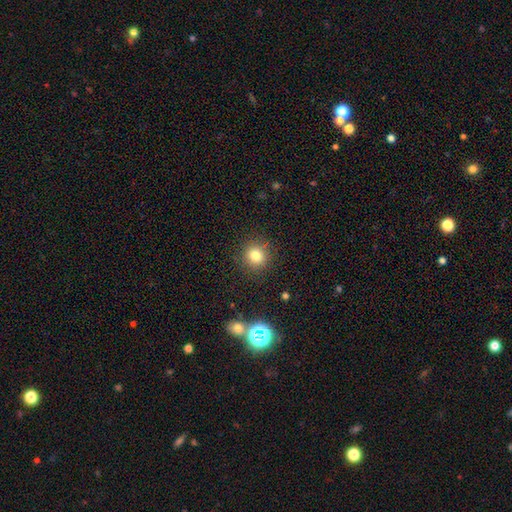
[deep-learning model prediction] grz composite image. It shows a smooth galaxy with no disk features (79%) that is round (89%). Merging: none (89%).